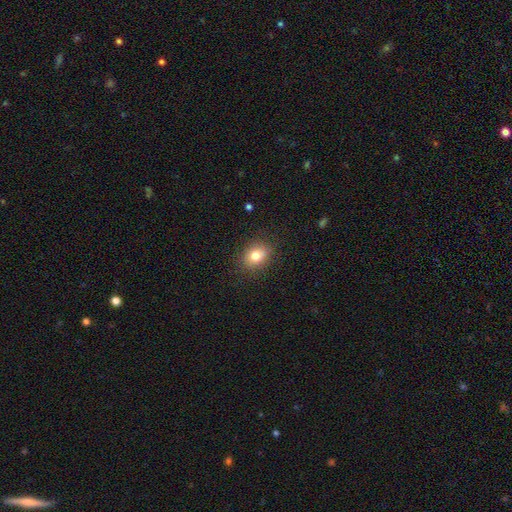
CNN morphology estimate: This appears to be a smooth galaxy with no disk features (79%) that is round (50%). Merging: none (85%).